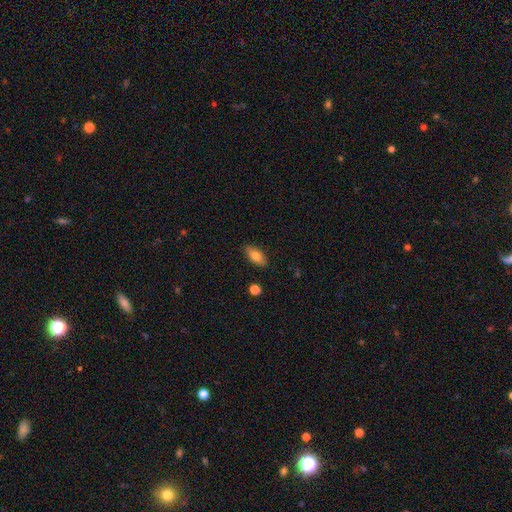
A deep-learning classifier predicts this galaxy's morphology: type=smooth (76%); roundness=in between (84%); merging=none (87%).